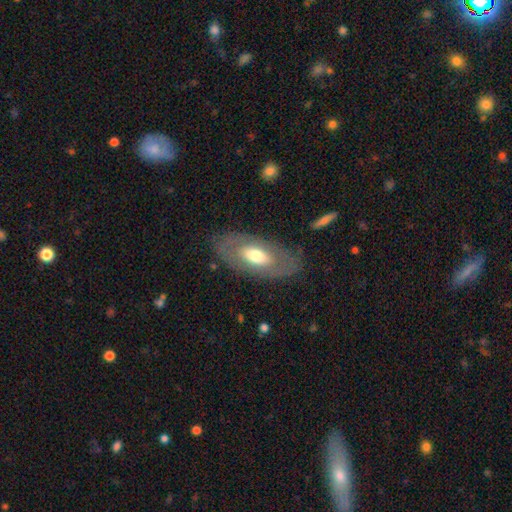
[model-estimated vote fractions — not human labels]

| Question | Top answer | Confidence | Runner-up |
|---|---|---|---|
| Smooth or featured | smooth | 47% | tied: featured or disk (47%) |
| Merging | none | 79% | minor disturbance (13%) |